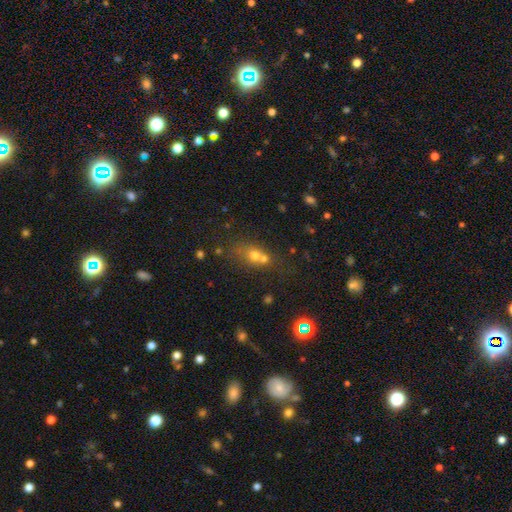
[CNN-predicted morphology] The model was most divided on "merging": merger: 48%, none: 37%, minor disturbance: 9%, major disturbance: 6%. More confident: how rounded — round (58%); smooth or featured — smooth (57%).